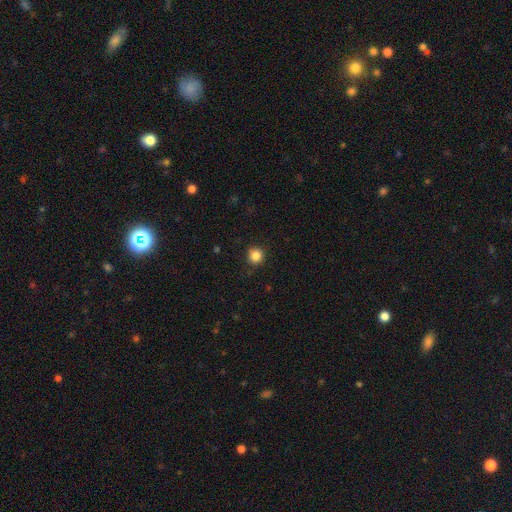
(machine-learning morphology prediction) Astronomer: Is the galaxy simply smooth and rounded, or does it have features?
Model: smooth — 85%.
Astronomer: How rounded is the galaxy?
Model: round — 92%.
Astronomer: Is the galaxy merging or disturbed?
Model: none — 88%.